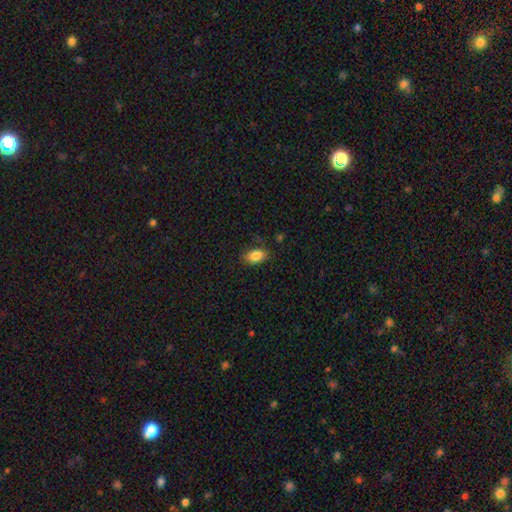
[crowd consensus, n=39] smooth-or-featured: smooth: 87% | star or artifact: 10% | featured or disk: 3%
  how-rounded: in between: 85% | round: 15% | cigar-shaped: 0%
  merging: none: 83% | minor disturbance: 6% | major disturbance: 6% | merger: 6%